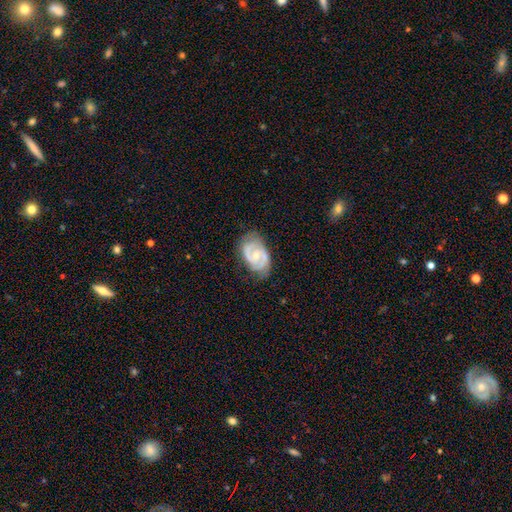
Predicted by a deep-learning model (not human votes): The model was most divided on "spiral winding": medium: 47%, tight: 42%, loose: 10%. Remaining: edge-on disk — no (97%); spiral arms — yes (96%); spiral arm count — 2 (87%); smooth or featured — featured or disk (85%); merging — none (75%); bulge size — small (52%); bar — no (48%).